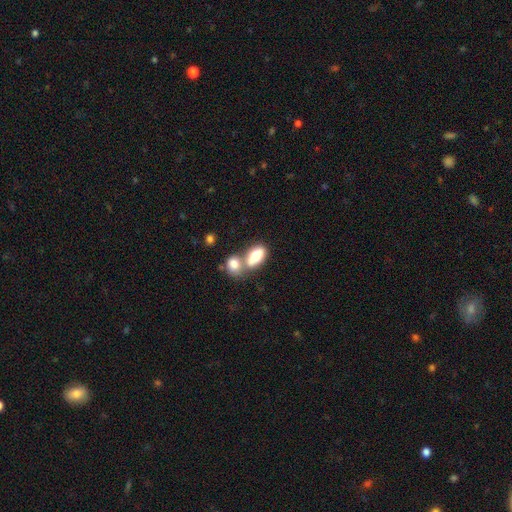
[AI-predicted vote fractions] The model was most divided on "merging": merger: 60%, none: 28%, minor disturbance: 9%, major disturbance: 4%. More confident: how rounded — in between (87%); smooth or featured — smooth (77%).